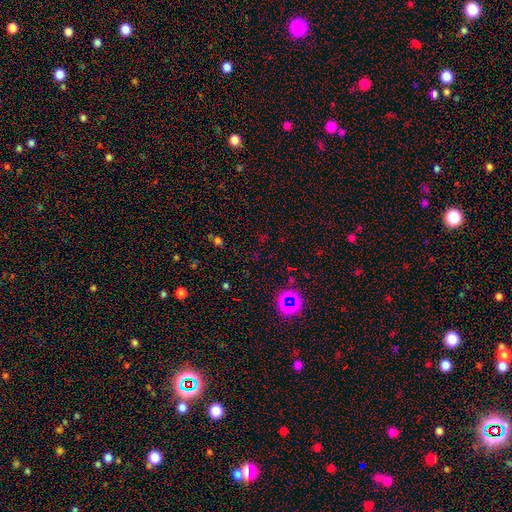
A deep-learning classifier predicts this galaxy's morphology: The model was most divided on "smooth or featured": star or artifact: 65%, smooth: 27%, featured or disk: 8%.